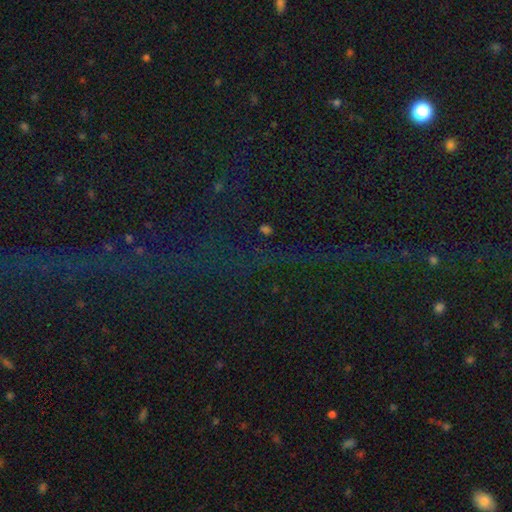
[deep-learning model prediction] smooth-or-featured: star or artifact: 76% | smooth: 12% | featured or disk: 11%